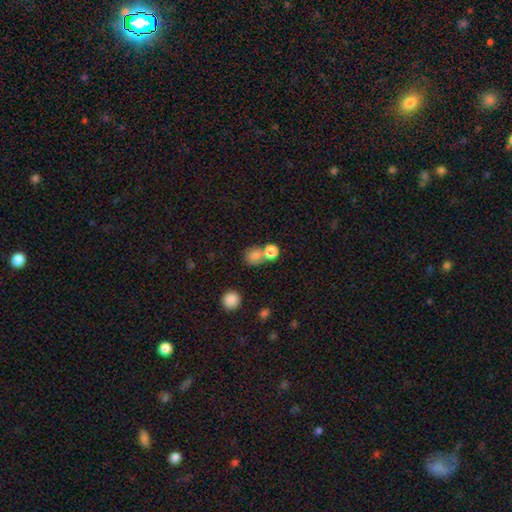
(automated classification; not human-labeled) Q: Smooth or featured?
A: smooth (77%); runner-up: star or artifact (12%)
Q: How rounded?
A: round (75%); runner-up: in between (24%)
Q: Merging?
A: merger (47%); runner-up: none (39%)